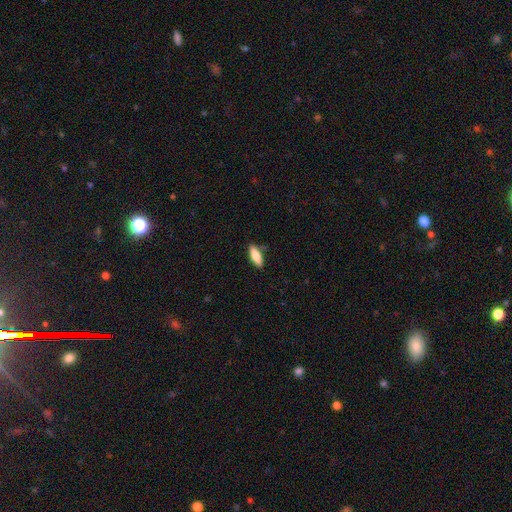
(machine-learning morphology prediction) smooth-or-featured: smooth: 79% | featured or disk: 15% | star or artifact: 6%
  how-rounded: in between: 66% | cigar-shaped: 32% | round: 2%
  merging: none: 82% | minor disturbance: 13% | major disturbance: 2% | merger: 2%